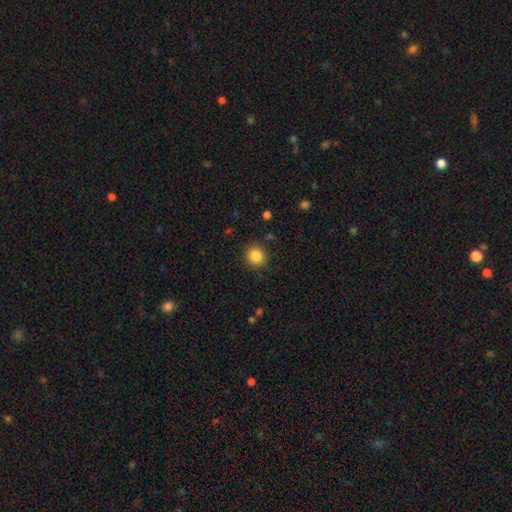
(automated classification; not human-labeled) Overall: smooth (85%). How rounded: round (92%). Merging: none (89%).